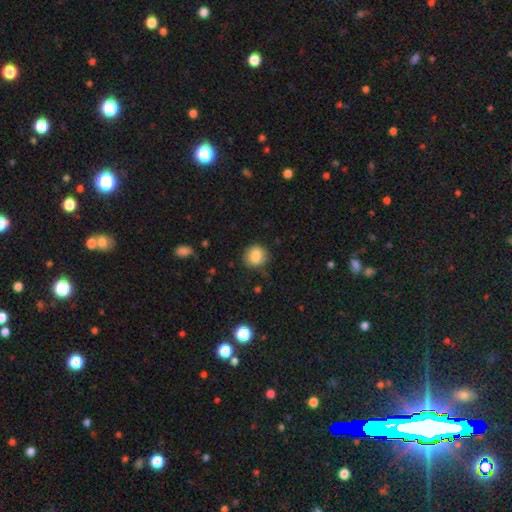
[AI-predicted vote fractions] Q: Smooth or featured?
A: smooth (85%); runner-up: star or artifact (9%)
Q: How rounded?
A: round (81%); runner-up: in between (18%)
Q: Merging?
A: none (83%); runner-up: minor disturbance (12%)